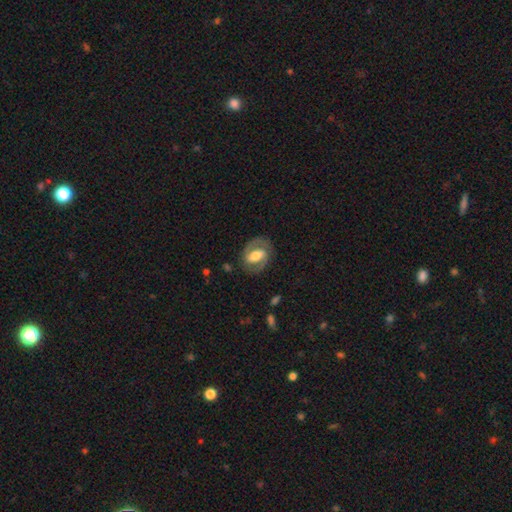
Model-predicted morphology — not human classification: This appears to be a featured or disk galaxy (73%) with a strong bar (42%), 2 (86%) medium (48%) spiral arms (84%) and a moderate central bulge (56%). Merging: none (79%).